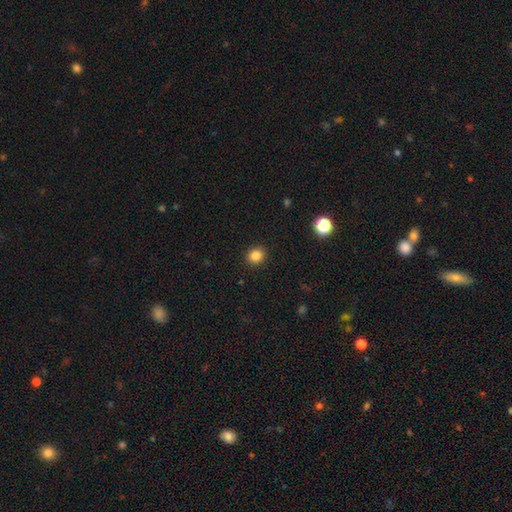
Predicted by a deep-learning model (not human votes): A smooth galaxy with no disk features (84%) that is round (72%).

Vote fractions:
- Smooth or featured? smooth: 84% / star or artifact: 11% / featured or disk: 5%
- How rounded? round: 72% / in between: 27% / cigar-shaped: 1%
- Merging? none: 91% / minor disturbance: 6% / major disturbance: 2% / merger: 1%